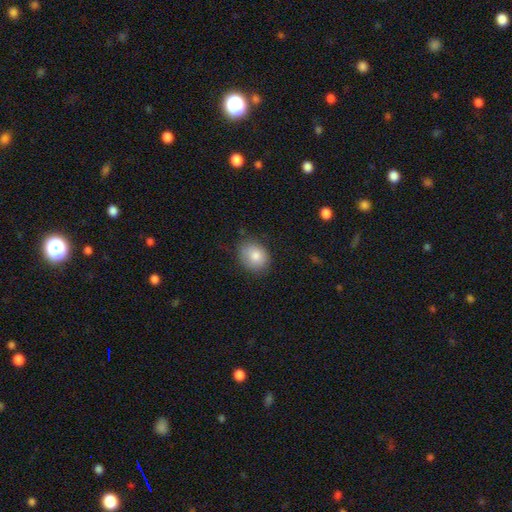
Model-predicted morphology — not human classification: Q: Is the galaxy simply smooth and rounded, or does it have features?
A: smooth — 83%.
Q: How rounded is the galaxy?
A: in between — 52%.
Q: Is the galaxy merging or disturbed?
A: none — 78%.